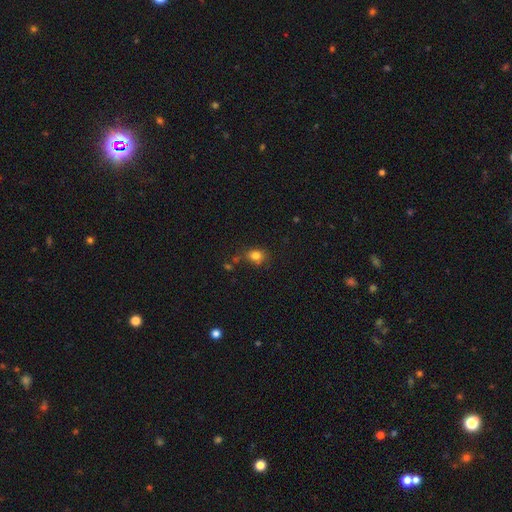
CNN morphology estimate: smooth_or_featured: smooth (p=0.81) [alt: star or artifact p=0.13]
how_rounded: round (p=0.56) [alt: in between p=0.42]
merging: none (p=0.67) [alt: minor disturbance p=0.19]